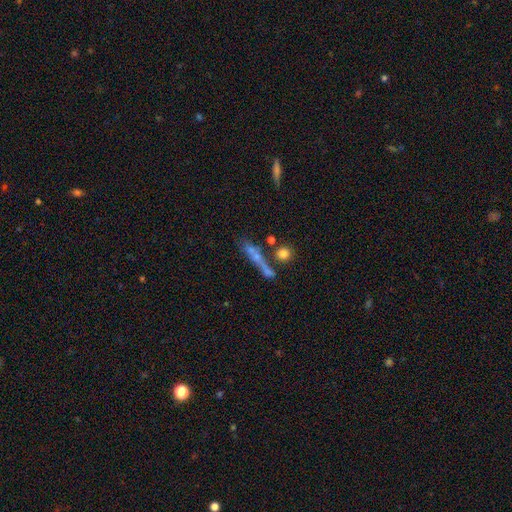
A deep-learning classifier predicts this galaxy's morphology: Smooth or featured? Predicted: smooth (p=0.43). Merging? Predicted: none (p=0.48).